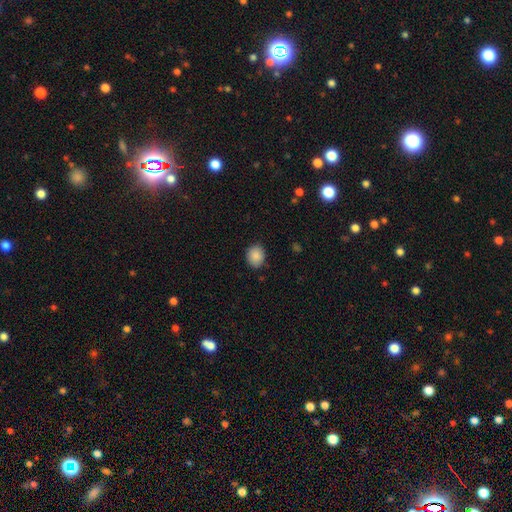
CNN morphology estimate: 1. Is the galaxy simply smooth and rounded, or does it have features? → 88% smooth, 8% star or artifact, 4% featured or disk.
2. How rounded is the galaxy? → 62% round, 37% in between, 1% cigar-shaped.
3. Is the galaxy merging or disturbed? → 85% none, 12% minor disturbance, 2% major disturbance, 1% merger.